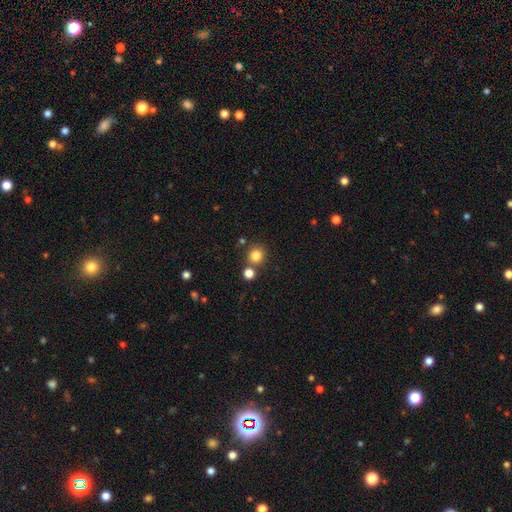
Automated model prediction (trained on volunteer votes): Morphology: type=smooth (82%); roundness=round (91%); merging=none (75%).